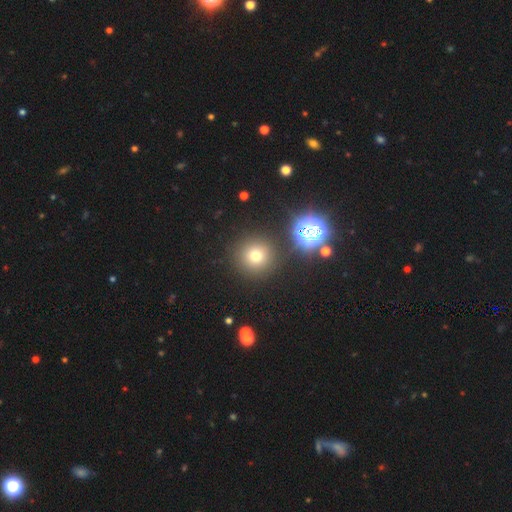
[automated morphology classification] smooth 69%, star or artifact 22%, featured or disk 9%. Down the decision tree: how rounded — round (94%); merging — none (87%).